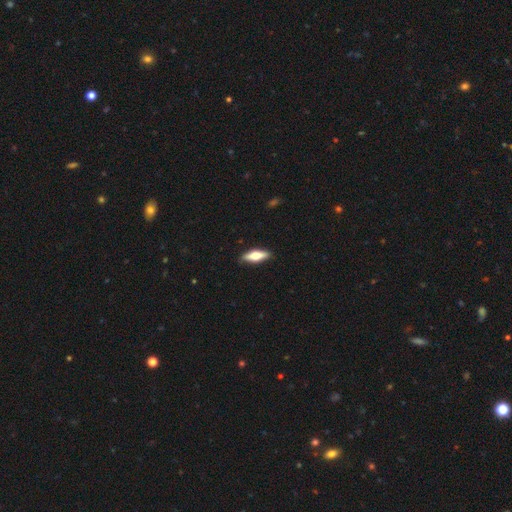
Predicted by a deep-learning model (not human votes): Overall: smooth (54%; featured or disk 41%). How rounded: in between (53%; cigar-shaped 45%). Merging: none (88%).